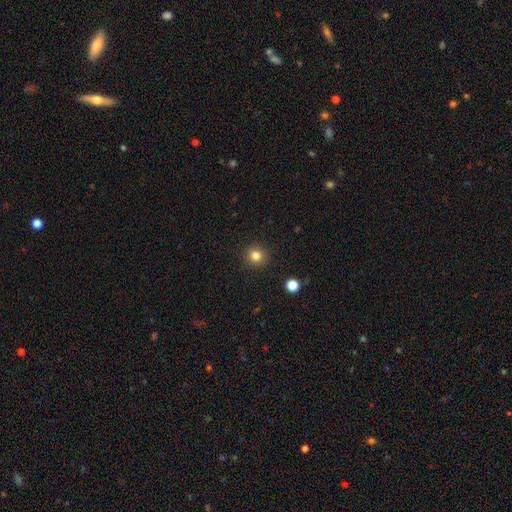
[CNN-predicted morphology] type=smooth (82%); roundness=round (94%); merging=none (92%).